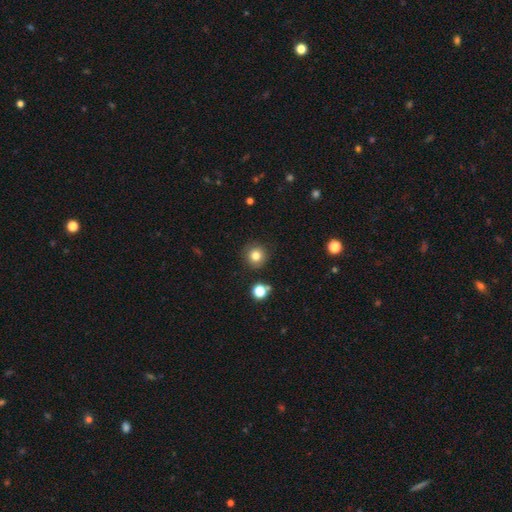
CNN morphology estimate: type=smooth (80%); roundness=round (94%); merging=none (88%).